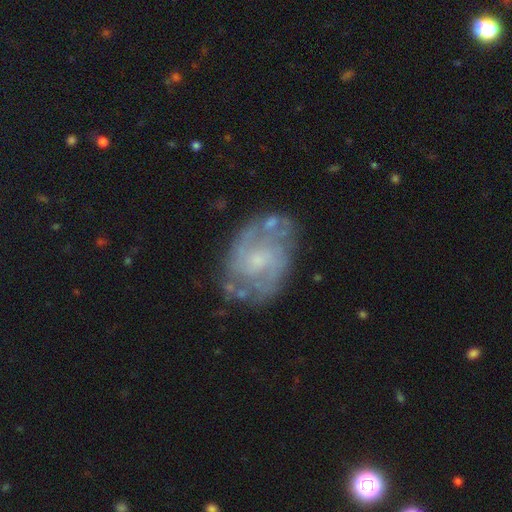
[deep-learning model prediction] featured or disk 78%, smooth 14%, star or artifact 8%. Down the decision tree: edge-on disk — no (97%); bar — no (54%); spiral arms — yes (87%); spiral arm count — 2 (51%); spiral winding — medium (45%); bulge size — small (57%); merging — none (71%).